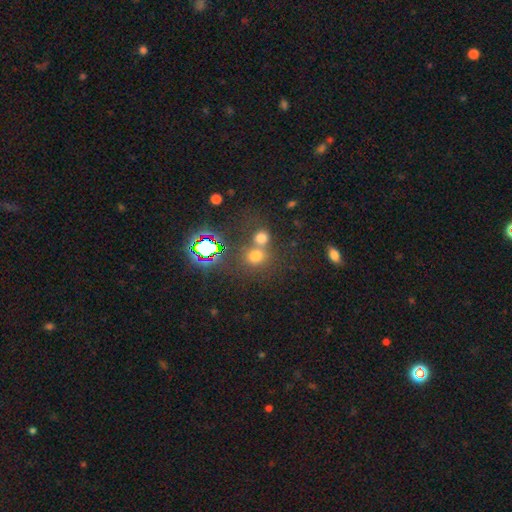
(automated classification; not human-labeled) The model was most divided on "merging": none: 51%, merger: 37%, minor disturbance: 7%, major disturbance: 4%. More confident: how rounded — round (82%); smooth or featured — smooth (64%).